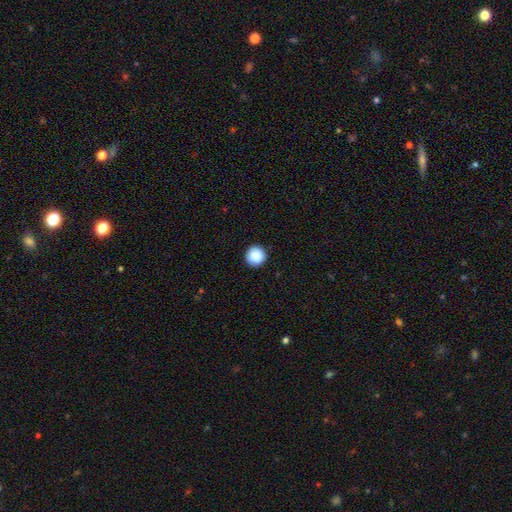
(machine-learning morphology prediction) This appears to be a smooth galaxy with no disk features (89%) that is round (96%). Merging: none (93%).